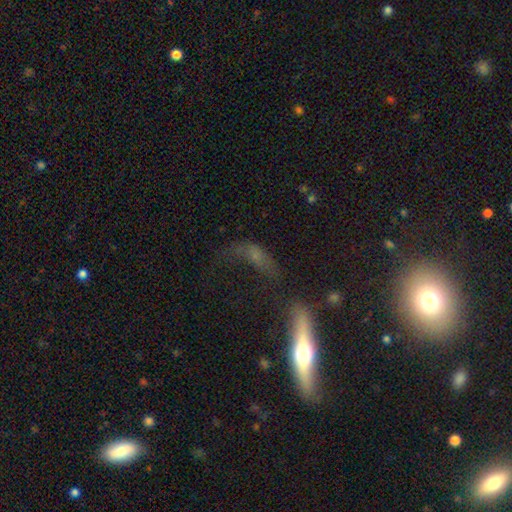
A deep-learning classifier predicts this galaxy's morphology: This is possibly a smooth galaxy (47%). Merging: marginally major disturbance (36%).